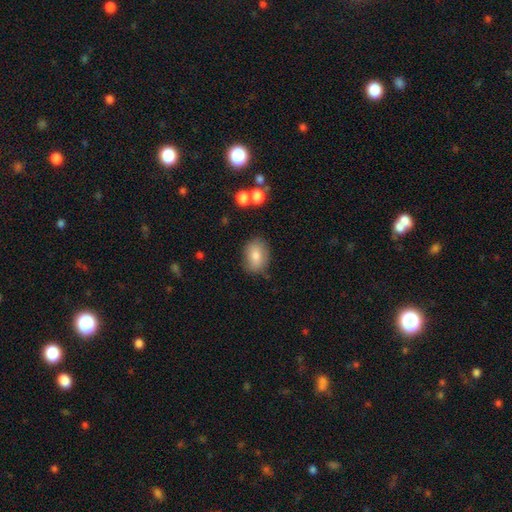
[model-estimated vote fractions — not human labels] Q: Smooth or featured?
A: smooth (77%); runner-up: featured or disk (14%)
Q: How rounded?
A: in between (68%); runner-up: round (31%)
Q: Merging?
A: none (79%); runner-up: minor disturbance (15%)